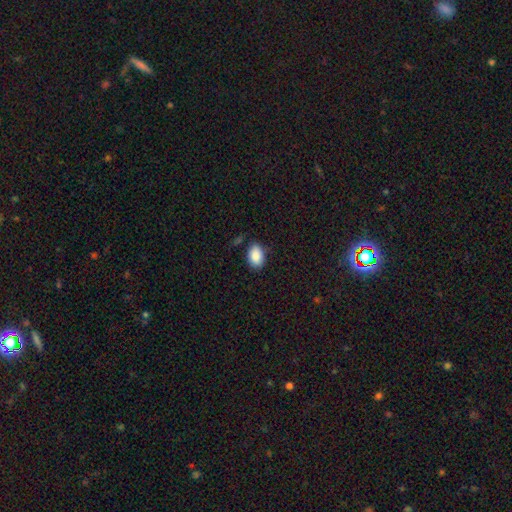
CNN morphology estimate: This appears to be a smooth galaxy with no disk features (88%) that is in between round and cigar-shaped (86%). Merging: none (80%).